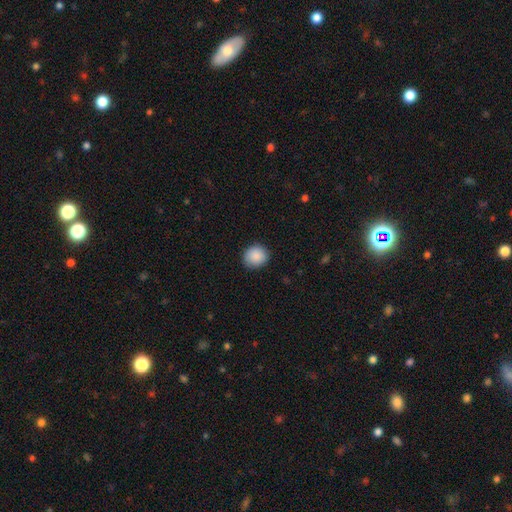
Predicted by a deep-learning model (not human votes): A smooth galaxy with no disk features (89%) that is round (81%).

Vote fractions:
- Smooth or featured? smooth: 89% / star or artifact: 7% / featured or disk: 4%
- How rounded? round: 81% / in between: 18% / cigar-shaped: 1%
- Merging? none: 86% / minor disturbance: 11% / major disturbance: 2% / merger: 1%